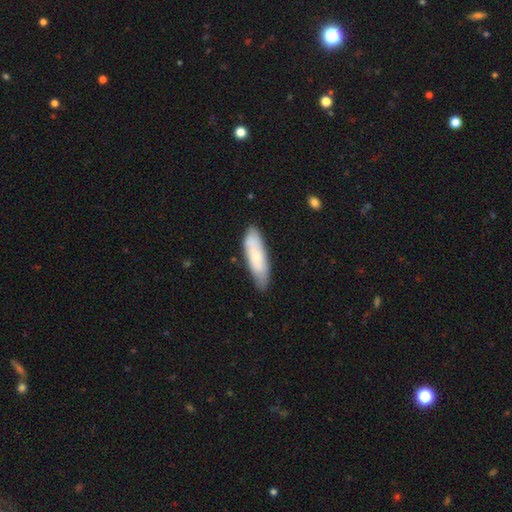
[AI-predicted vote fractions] Smooth or featured?
  - smooth: 65% *
  - featured or disk: 29%
  - star or artifact: 6%
How rounded?
  - cigar-shaped: 51% *
  - in between: 47%
  - round: 2%
Merging?
  - none: 73% *
  - minor disturbance: 21%
  - major disturbance: 4%
  - merger: 2%